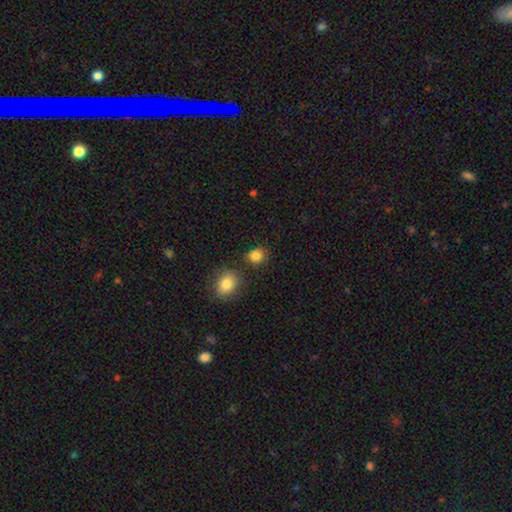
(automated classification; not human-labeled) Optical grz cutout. It shows a smooth galaxy with no disk features (84%) that is round (75%). Merging: none (75%).